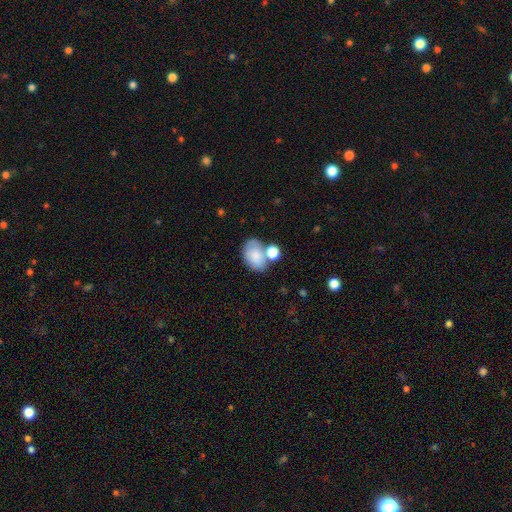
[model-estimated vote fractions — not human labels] smooth-or-featured: smooth: 77% | featured or disk: 15% | star or artifact: 8%
  how-rounded: in between: 82% | round: 17% | cigar-shaped: 1%
  merging: none: 46% | merger: 28% | minor disturbance: 18% | major disturbance: 8%